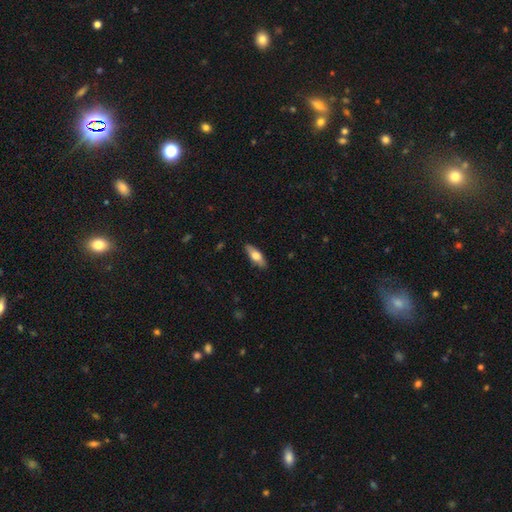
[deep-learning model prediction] Smooth or featured? Predicted: smooth (p=0.64). How rounded? Predicted: in between (p=0.63). Merging? Predicted: none (p=0.87).